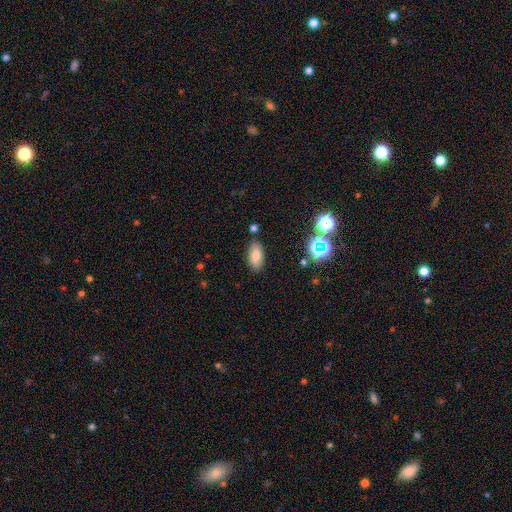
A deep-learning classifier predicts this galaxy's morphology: Smooth or featured: smooth — 80% (featured or disk — 10%)
How rounded: in between — 91% (cigar-shaped — 6%)
Merging: none — 82% (minor disturbance — 12%)